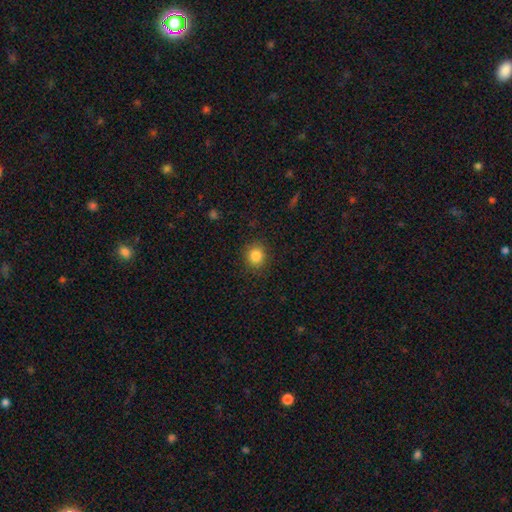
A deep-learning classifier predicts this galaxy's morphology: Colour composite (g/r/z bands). It shows a smooth galaxy with no disk features (85%) that is round (85%). Merging: none (89%).